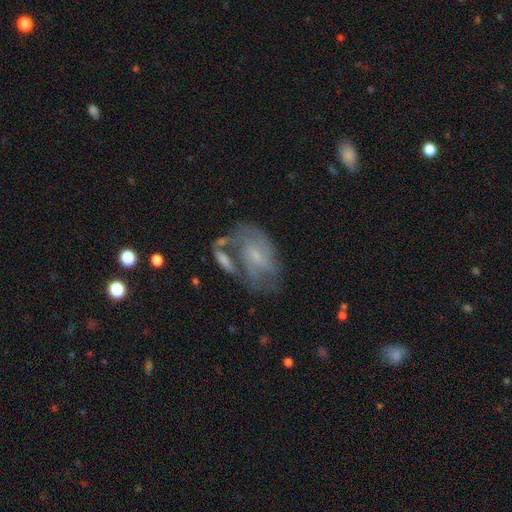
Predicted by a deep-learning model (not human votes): smooth-or-featured: featured or disk: 70% | smooth: 21% | star or artifact: 8%
  disk-edge-on: no: 96% | yes: 4%
    bar: no: 47% | weak: 42% | strong: 11%
    has-spiral-arms: yes: 82% | no: 18%
      spiral-winding: medium: 44% | tight: 38% | loose: 18%
      spiral-arm-count: 2: 40% | can't tell: 35% | 3: 11% | 1: 6% | 4: 4% | more than 4: 3%
    bulge-size: small: 69% | moderate: 19% | none: 9% | large: 2% | dominant: 1%
  merging: none: 41% | merger: 24% | minor disturbance: 19% | major disturbance: 17%